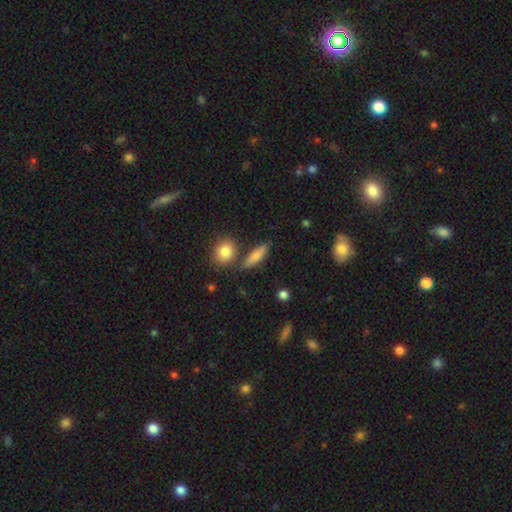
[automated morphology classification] smooth-or-featured: smooth: 72% | featured or disk: 20% | star or artifact: 8%
  how-rounded: cigar-shaped: 55% | in between: 39% | round: 5%
  merging: none: 75% | minor disturbance: 13% | merger: 8% | major disturbance: 3%